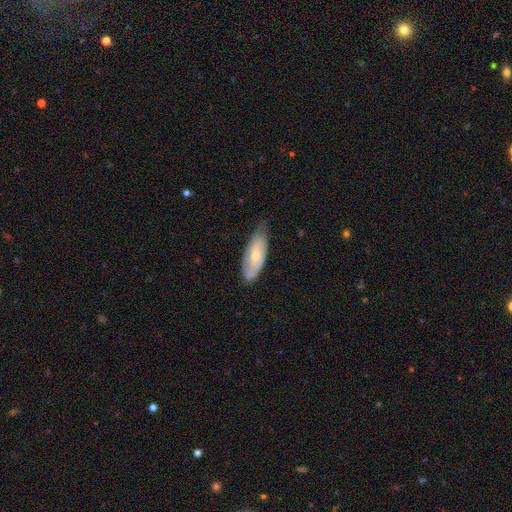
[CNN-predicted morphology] smooth 51%, featured or disk 43%, star or artifact 6%. Down the decision tree: how rounded — in between (72%); merging — none (58%).